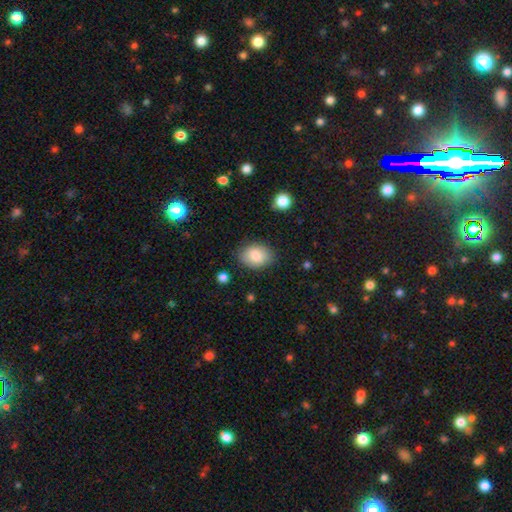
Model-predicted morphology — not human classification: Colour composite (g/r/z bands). It shows a smooth galaxy with no disk features (83%) that is in between round and cigar-shaped (72%). Merging: none (82%).